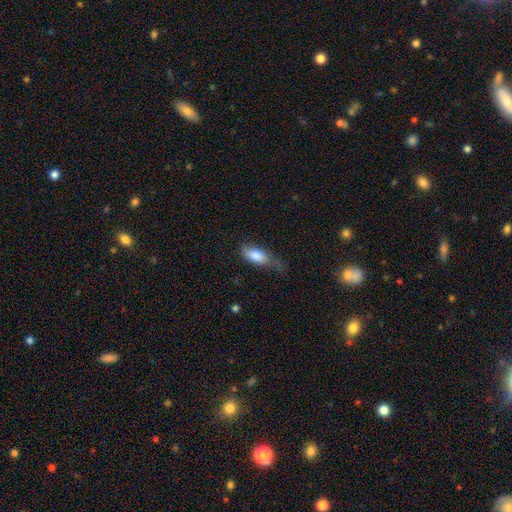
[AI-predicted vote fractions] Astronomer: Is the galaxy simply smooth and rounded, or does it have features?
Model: smooth — 78%.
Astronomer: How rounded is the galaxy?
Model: in between — 83%.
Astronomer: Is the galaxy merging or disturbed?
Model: none — 38% (runner-up: minor disturbance, 37%).